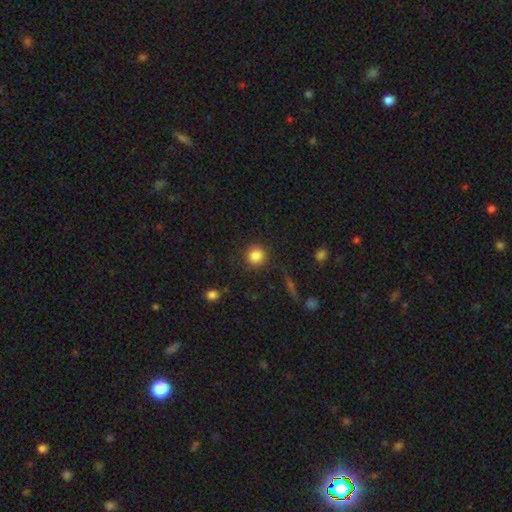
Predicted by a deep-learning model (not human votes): Q: Smooth or featured?
A: smooth (85%); runner-up: star or artifact (10%)
Q: How rounded?
A: round (92%); runner-up: in between (6%)
Q: Merging?
A: none (88%); runner-up: minor disturbance (7%)